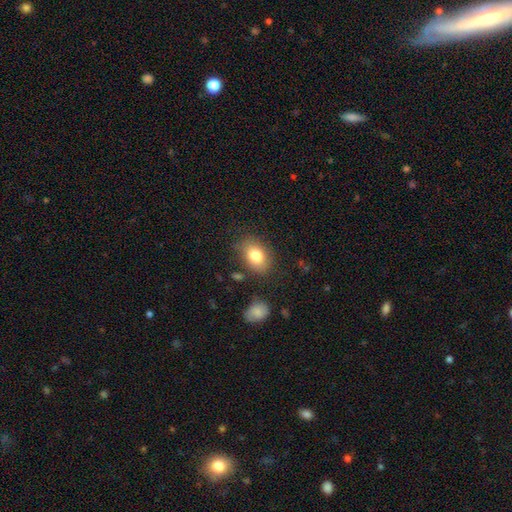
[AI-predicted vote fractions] Smooth or featured?
  - smooth: 82% *
  - featured or disk: 10%
  - star or artifact: 8%
How rounded?
  - in between: 81% *
  - round: 18%
  - cigar-shaped: 1%
Merging?
  - none: 79% *
  - minor disturbance: 14%
  - major disturbance: 4%
  - merger: 3%